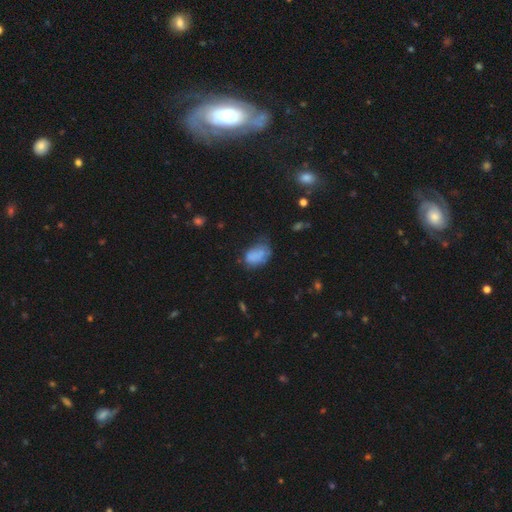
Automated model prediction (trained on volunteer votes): Smooth or featured: smooth — 74% (featured or disk — 16%)
How rounded: in between — 84% (round — 14%)
Merging: none — 41% (minor disturbance — 35%)